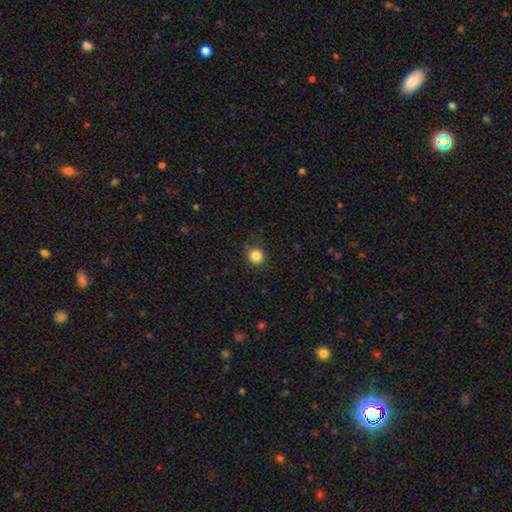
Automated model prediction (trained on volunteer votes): Smooth or featured? smooth (85%)
How rounded? round (93%)
Merging? none (85%)